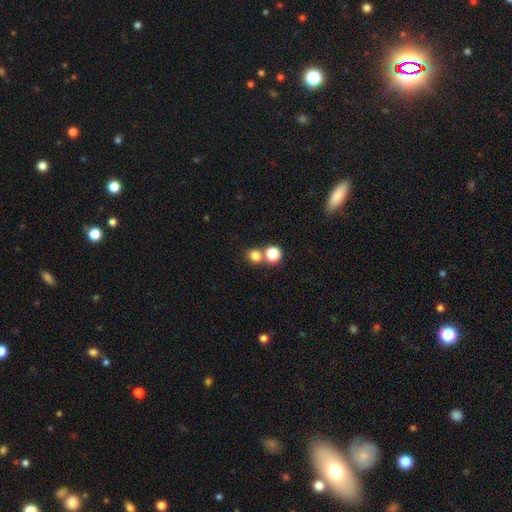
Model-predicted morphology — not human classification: This is likely a smooth galaxy (79%). How rounded: clearly round (85%). Merging: possibly none (58%).